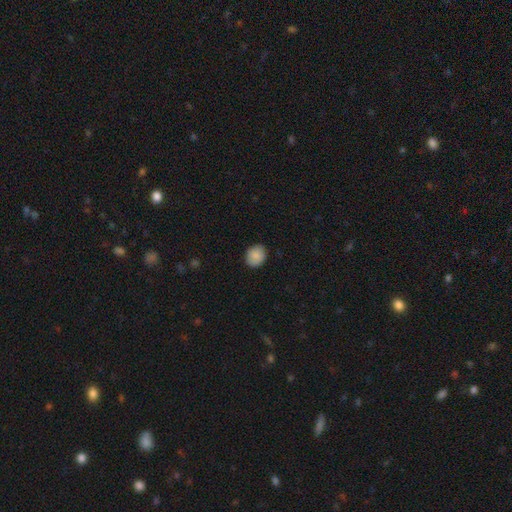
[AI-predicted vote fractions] This appears to be a smooth galaxy with no disk features (88%) that is round (66%). Merging: none (87%).